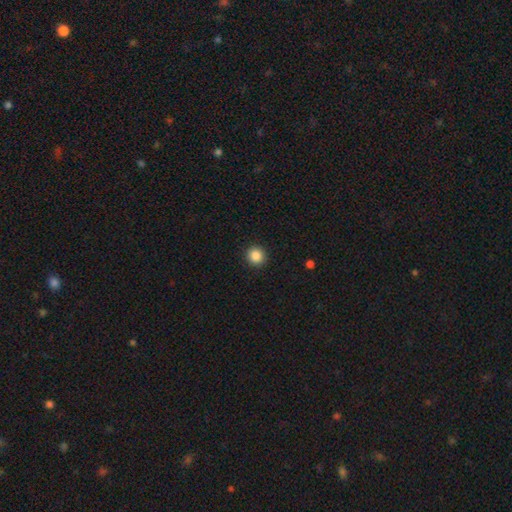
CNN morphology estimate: The model was most divided on "smooth or featured": smooth: 86%, star or artifact: 10%, featured or disk: 3%. More confident: how rounded — round (94%); merging — none (92%).